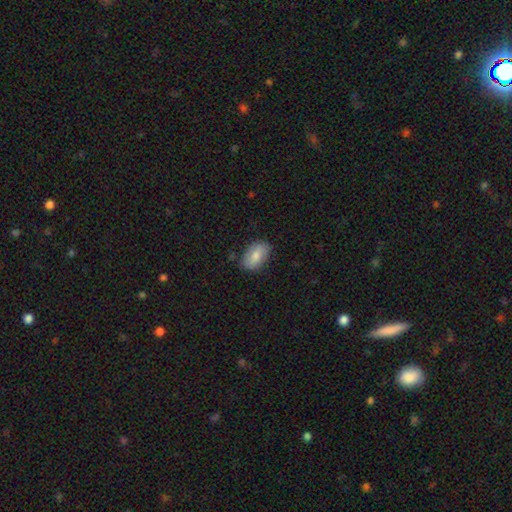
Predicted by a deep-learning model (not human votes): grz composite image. It shows a smooth galaxy with no disk features (77%) that is in between round and cigar-shaped (93%). Merging: none (80%).